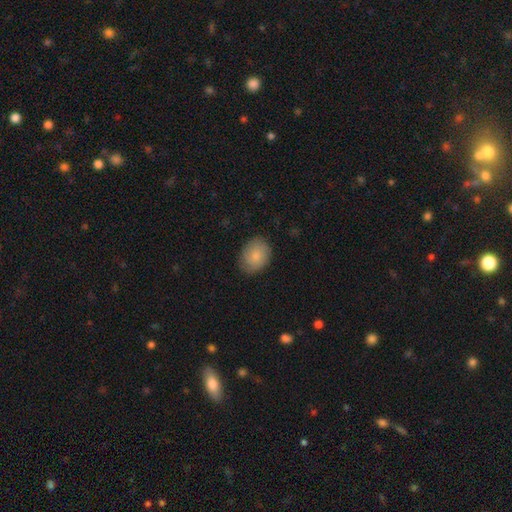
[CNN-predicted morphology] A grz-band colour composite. It shows a smooth galaxy with no disk features (82%) that is in between round and cigar-shaped (60%). Merging: none (82%).